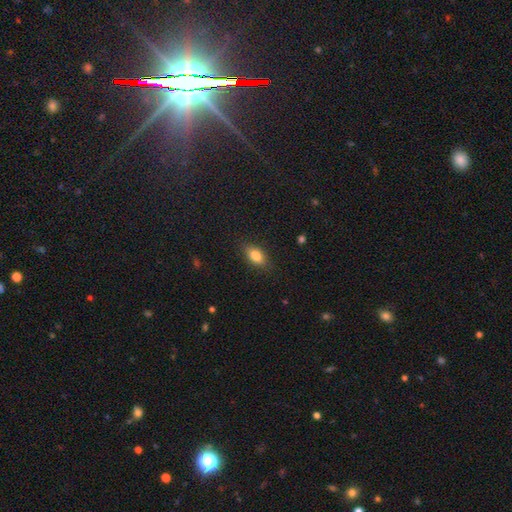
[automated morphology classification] smooth-or-featured: smooth: 80% | featured or disk: 11% | star or artifact: 9%
  how-rounded: in between: 85% | round: 8% | cigar-shaped: 7%
  merging: none: 84% | minor disturbance: 12% | major disturbance: 3% | merger: 1%